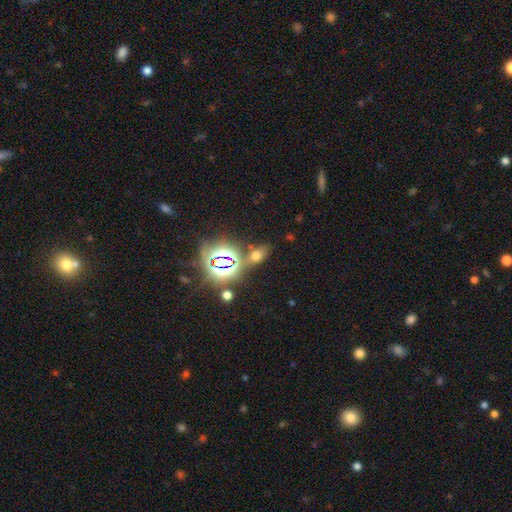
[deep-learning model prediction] smooth_or_featured: smooth (p=0.49) [alt: star or artifact p=0.41]
merging: none (p=0.71) [alt: minor disturbance p=0.13]